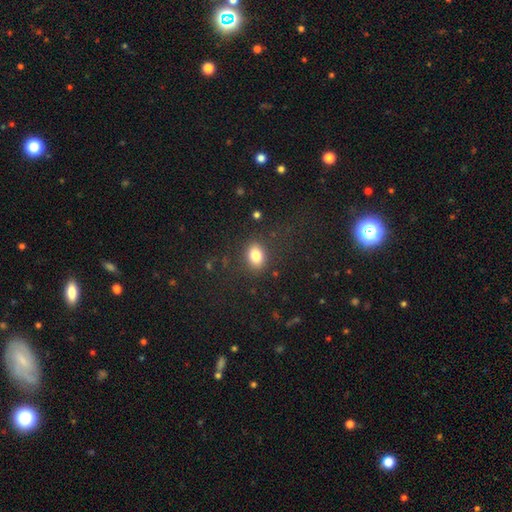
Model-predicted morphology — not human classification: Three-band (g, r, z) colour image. It shows a smooth galaxy with no disk features (82%) that is in between round and cigar-shaped (66%). Merging: none (83%).